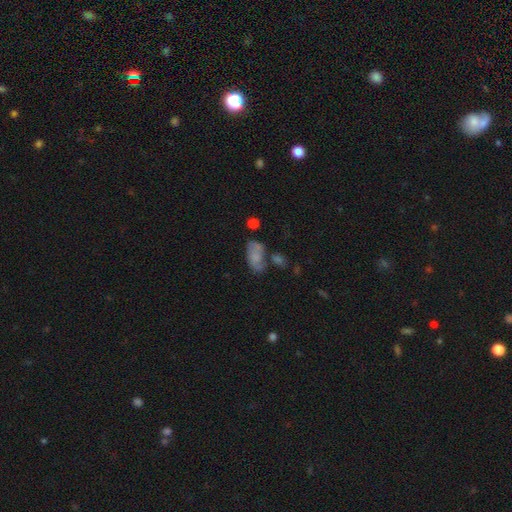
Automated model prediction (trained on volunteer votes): Smooth or featured?
  - smooth: 62% *
  - featured or disk: 27%
  - star or artifact: 11%
How rounded?
  - in between: 90% *
  - round: 6%
  - cigar-shaped: 4%
Merging?
  - none: 42% *
  - minor disturbance: 24%
  - merger: 20%
  - major disturbance: 14%